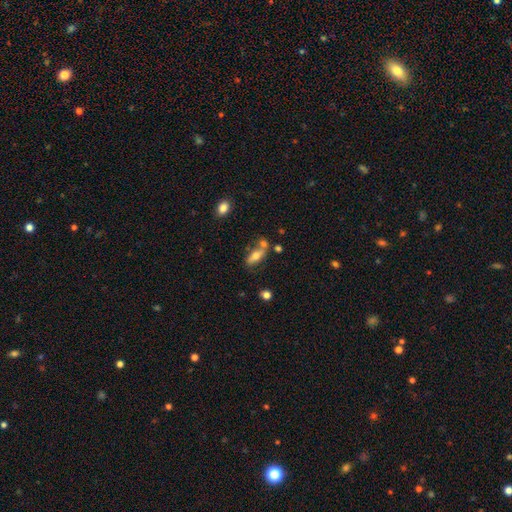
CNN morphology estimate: Overall: smooth (64%; featured or disk 27%). How rounded: in between (67%; cigar-shaped 29%). Merging: none (54%; merger 24%).